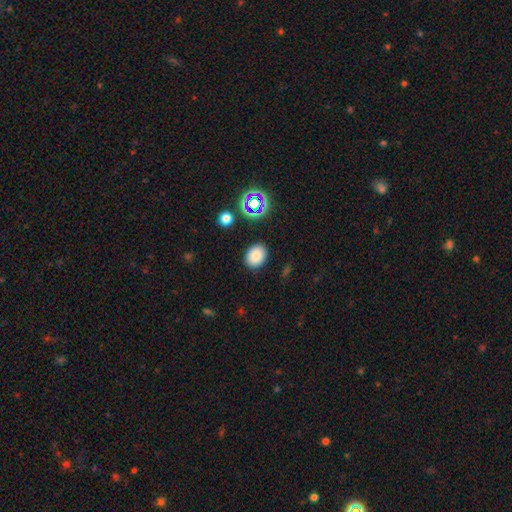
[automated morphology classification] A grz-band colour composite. It shows a smooth galaxy with no disk features (82%) that is in between round and cigar-shaped (63%). Merging: none (86%).